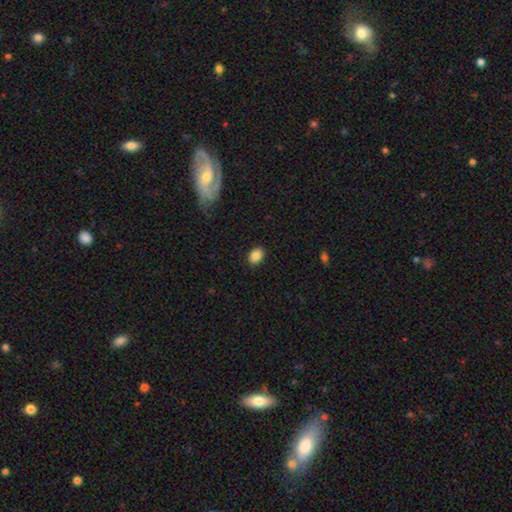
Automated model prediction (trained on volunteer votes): smooth_or_featured: smooth (p=0.86) [alt: star or artifact p=0.08]
how_rounded: in between (p=0.80) [alt: round p=0.19]
merging: none (p=0.88) [alt: minor disturbance p=0.09]